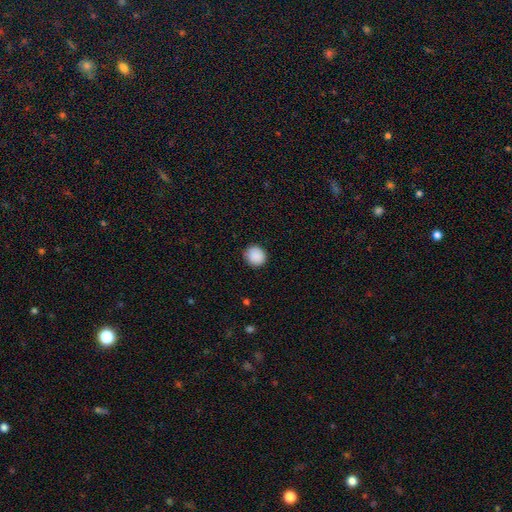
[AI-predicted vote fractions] Smooth or featured? Predicted: smooth (p=0.90). How rounded? Predicted: round (p=0.85). Merging? Predicted: none (p=0.89).